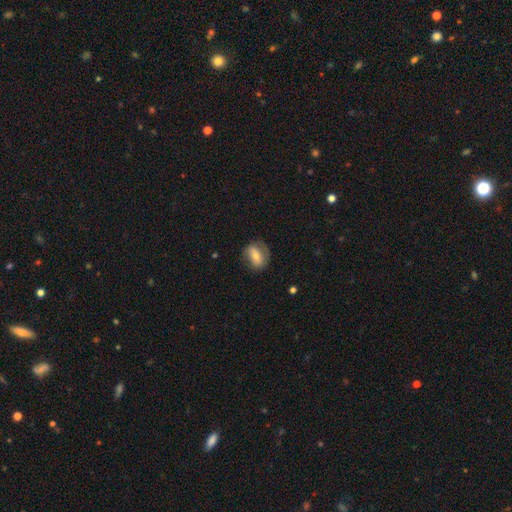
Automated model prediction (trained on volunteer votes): smooth_or_featured: smooth (p=0.51) [alt: featured or disk p=0.41]
how_rounded: in between (p=0.66) [alt: round p=0.31]
merging: none (p=0.68) [alt: minor disturbance p=0.21]